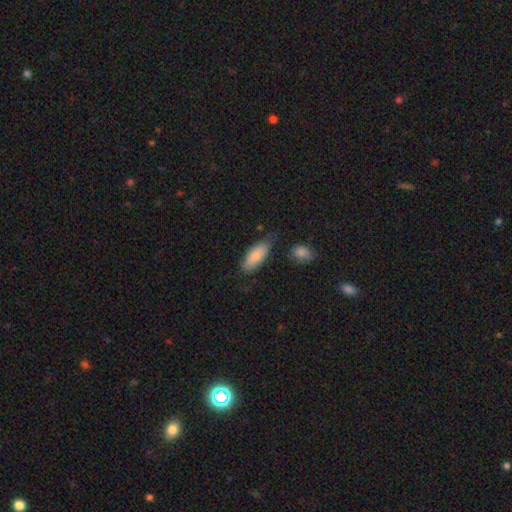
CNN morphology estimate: smooth_or_featured: smooth (p=0.86) [alt: featured or disk p=0.08]
how_rounded: in between (p=0.80) [alt: cigar-shaped p=0.18]
merging: none (p=0.70) [alt: minor disturbance p=0.20]